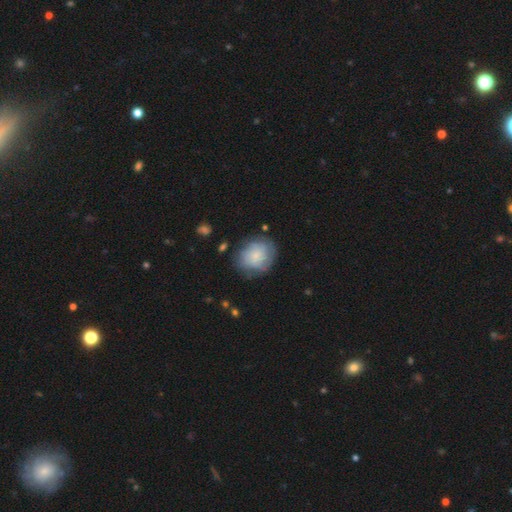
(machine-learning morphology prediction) Overall: smooth (61%; featured or disk 31%). How rounded: round (65%; in between 34%). Merging: none (66%).